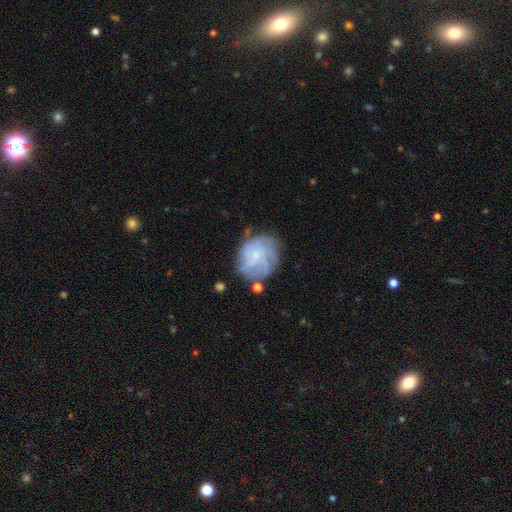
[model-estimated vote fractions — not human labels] Morphology: type=featured or disk (63%); edge-on=no (98%); bar=no (72%); spiral arms=yes (83%); winding=tight (51%); arm count=can't tell (41%); bulge=small (53%); merging=none (65%).